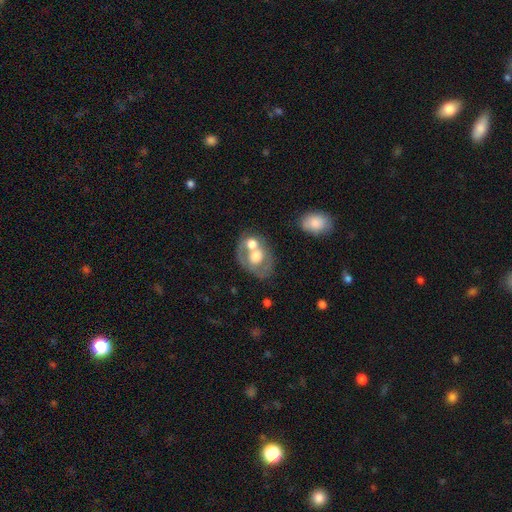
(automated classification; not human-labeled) The model was most divided on "smooth or featured": smooth: 47%, featured or disk: 45%, star or artifact: 8%. Remaining: merging — merger (43%).